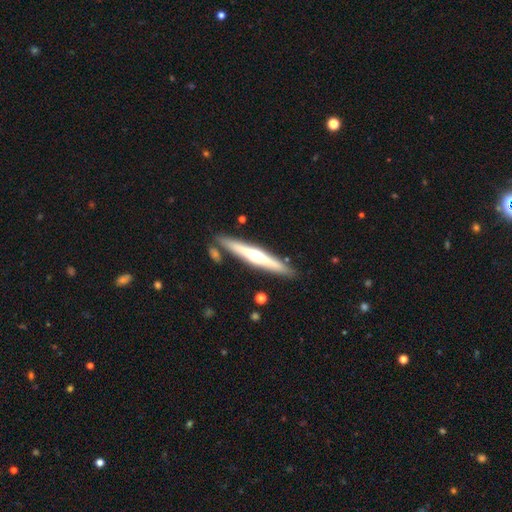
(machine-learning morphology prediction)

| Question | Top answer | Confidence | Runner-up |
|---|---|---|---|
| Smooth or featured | featured or disk | 63% | smooth (32%) |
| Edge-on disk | yes | 97% | no (3%) |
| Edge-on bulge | rounded | 83% | none (11%) |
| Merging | none | 86% | minor disturbance (9%) |